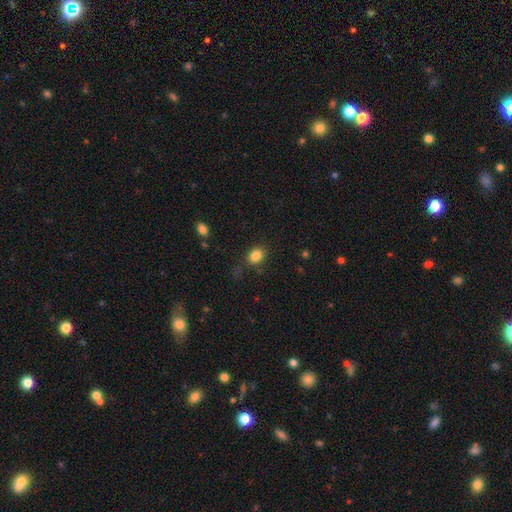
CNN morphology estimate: A smooth galaxy with no disk features (84%) that is in between round and cigar-shaped (63%). Merging: none (79%).